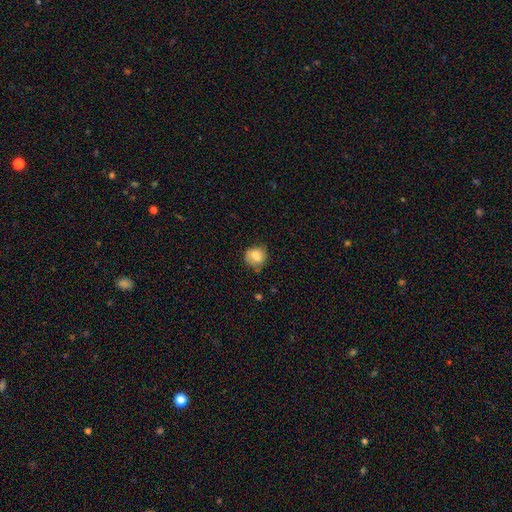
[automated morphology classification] smooth_or_featured: smooth (p=0.74) [alt: featured or disk p=0.18]
how_rounded: round (p=0.79) [alt: in between p=0.20]
merging: none (p=0.69) [alt: minor disturbance p=0.24]